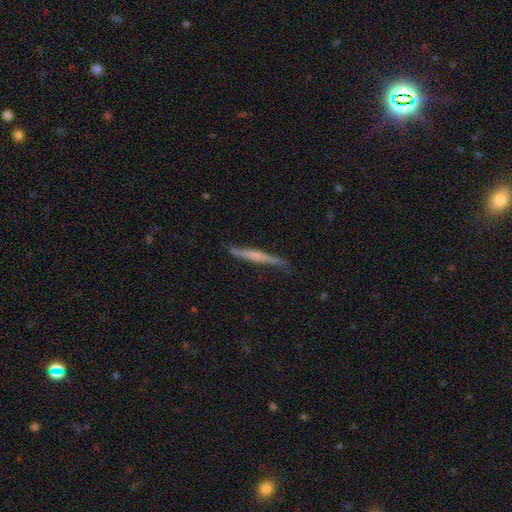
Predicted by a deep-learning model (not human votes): Smooth or featured: featured or disk — 55% (smooth — 39%)
Edge-on disk: yes — 94% (no — 6%)
Edge-on bulge: none — 51% (rounded — 32%)
Merging: none — 73% (minor disturbance — 21%)